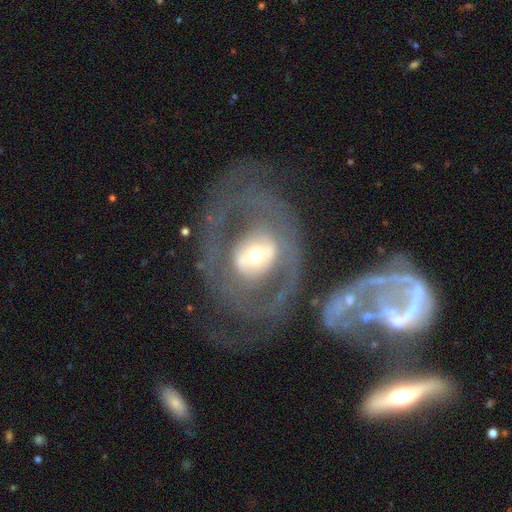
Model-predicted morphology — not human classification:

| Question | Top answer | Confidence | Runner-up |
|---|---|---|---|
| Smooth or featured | featured or disk | 73% | smooth (21%) |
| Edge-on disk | no | 94% | yes (6%) |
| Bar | no | 48% | weak (27%) |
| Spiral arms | no | 54% | yes (46%) |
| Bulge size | moderate | 55% | small (29%) |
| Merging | none | 57% | major disturbance (21%) |